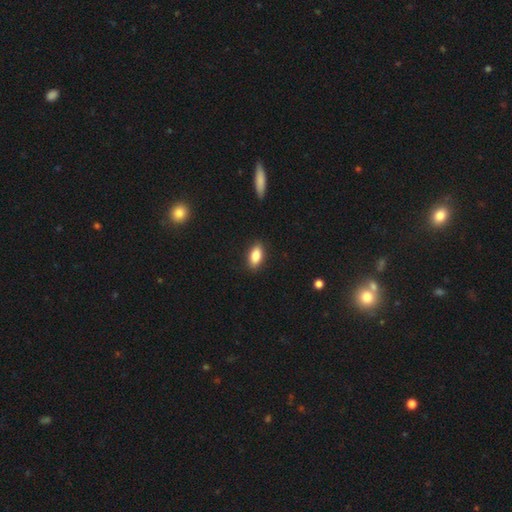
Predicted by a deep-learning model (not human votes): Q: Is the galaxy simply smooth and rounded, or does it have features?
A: smooth — 84%.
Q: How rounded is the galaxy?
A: in between — 87%.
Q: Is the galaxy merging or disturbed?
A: none — 88%.